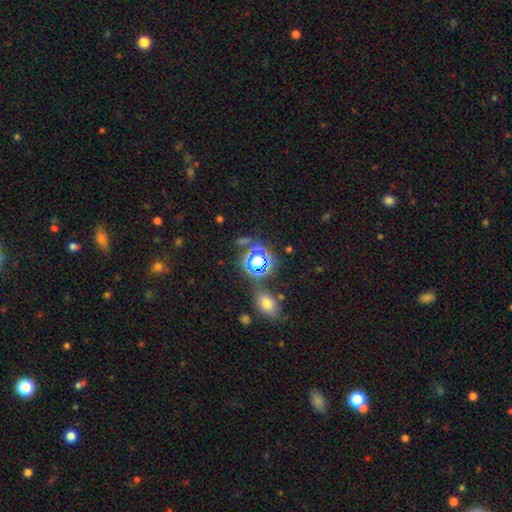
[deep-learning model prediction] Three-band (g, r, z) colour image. It shows a star or artifact, not a galaxy (58%).